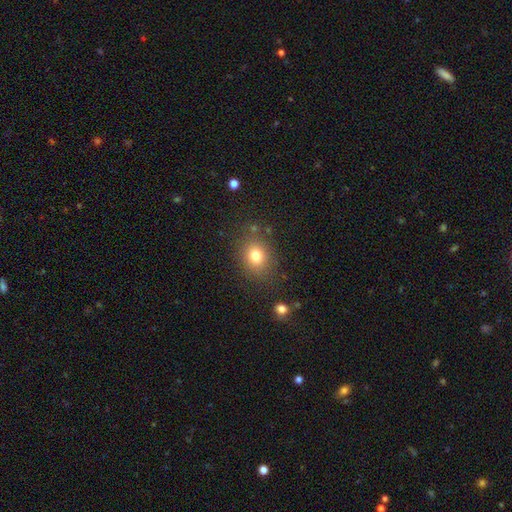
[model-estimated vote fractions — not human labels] Morphology: type=smooth (78%); roundness=round (58%); merging=none (80%).